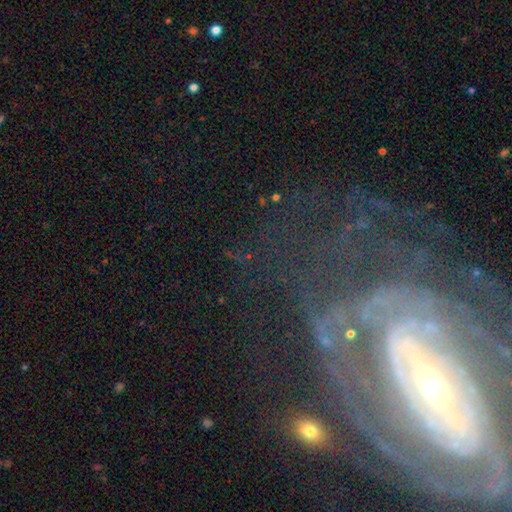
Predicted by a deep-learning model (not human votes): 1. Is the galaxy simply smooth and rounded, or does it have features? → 78% featured or disk, 13% star or artifact, 9% smooth.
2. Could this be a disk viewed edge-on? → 94% no, 6% yes.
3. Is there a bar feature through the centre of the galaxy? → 36% no, 33% strong, 31% weak.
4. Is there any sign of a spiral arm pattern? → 80% yes, 20% no.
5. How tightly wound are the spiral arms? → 57% tight, 29% medium, 14% loose.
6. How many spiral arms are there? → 42% can't tell, 23% 2, 11% 3, 9% 4, 8% 1, 8% more than 4.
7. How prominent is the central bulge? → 65% small, 20% moderate, 10% none, 3% large, 2% dominant.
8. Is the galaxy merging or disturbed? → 53% none, 27% major disturbance, 16% minor disturbance, 4% merger.